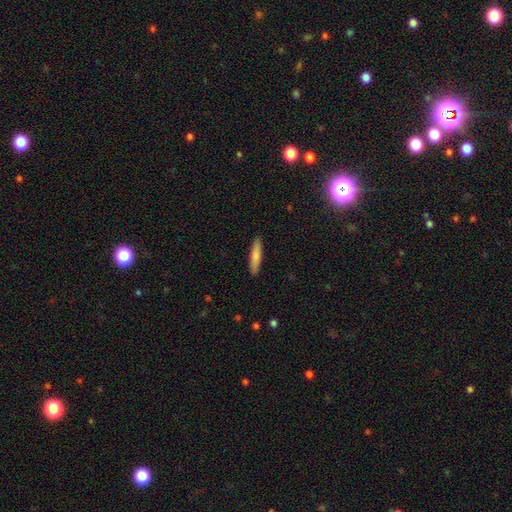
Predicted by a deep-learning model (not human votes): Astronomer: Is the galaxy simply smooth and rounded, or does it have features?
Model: smooth — 80%.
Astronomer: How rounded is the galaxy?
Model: cigar-shaped — 86%.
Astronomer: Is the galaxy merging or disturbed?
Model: none — 90%.